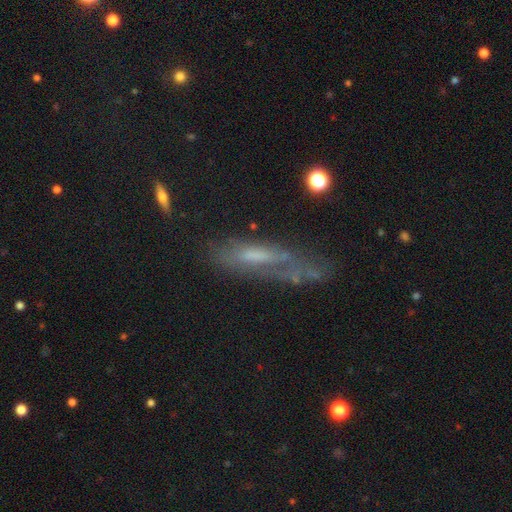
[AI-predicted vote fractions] Smooth or featured?
  - featured or disk: 53% *
  - smooth: 34%
  - star or artifact: 13%
Edge-on disk?
  - no: 59% *
  - yes: 41%
Merging?
  - none: 40% *
  - major disturbance: 28%
  - minor disturbance: 26%
  - merger: 5%